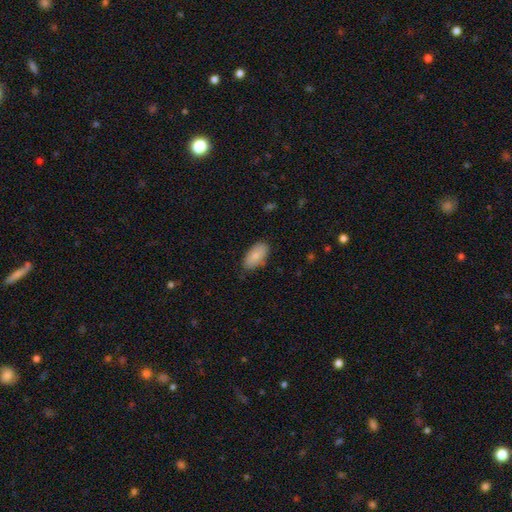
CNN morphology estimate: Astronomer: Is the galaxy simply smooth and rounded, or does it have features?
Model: smooth — 82%.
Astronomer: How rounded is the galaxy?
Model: in between — 94%.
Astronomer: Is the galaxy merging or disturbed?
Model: none — 81%.